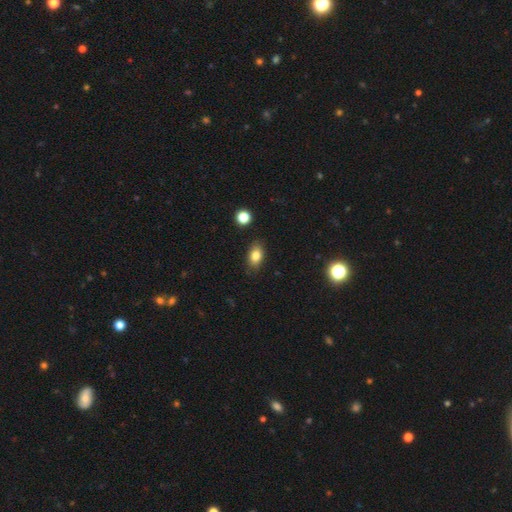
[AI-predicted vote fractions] This is clearly a smooth galaxy (81%). How rounded: clearly in between (86%). Merging: clearly none (84%).